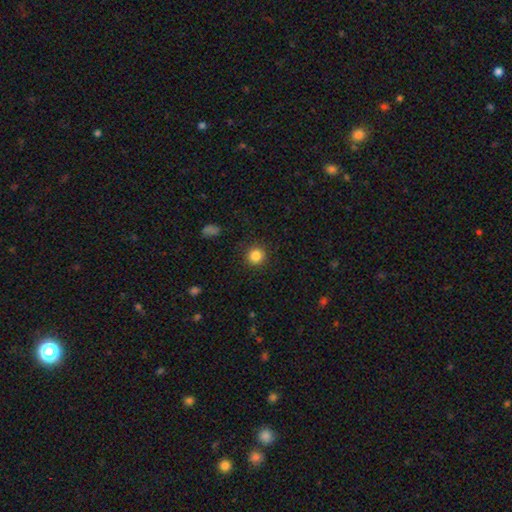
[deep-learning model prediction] Smooth or featured: smooth — 85% (star or artifact — 11%)
How rounded: round — 94% (in between — 5%)
Merging: none — 91% (minor disturbance — 6%)